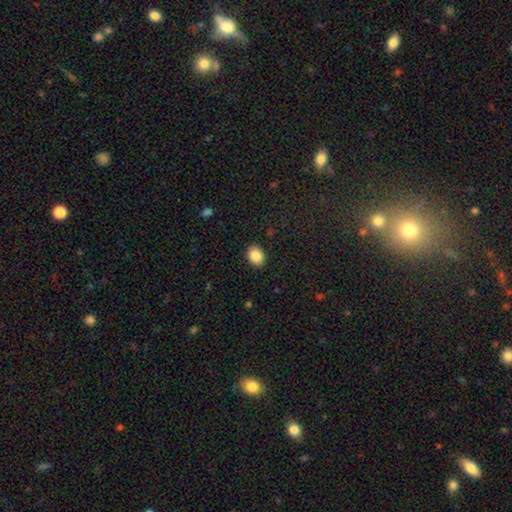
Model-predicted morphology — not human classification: type=smooth (88%); roundness=in between (60%); merging=none (90%).